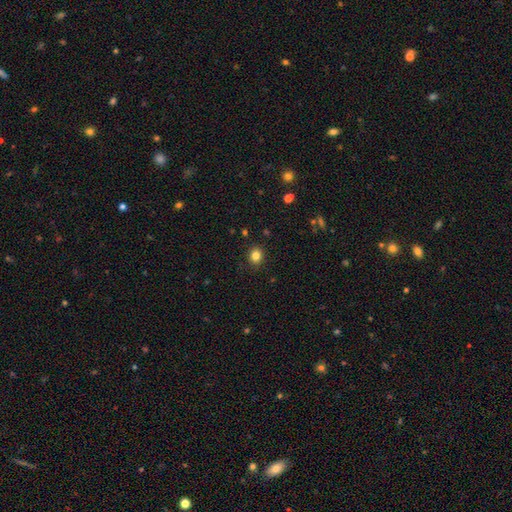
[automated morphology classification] Smooth or featured? smooth (83%)
How rounded? round (72%)
Merging? none (89%)